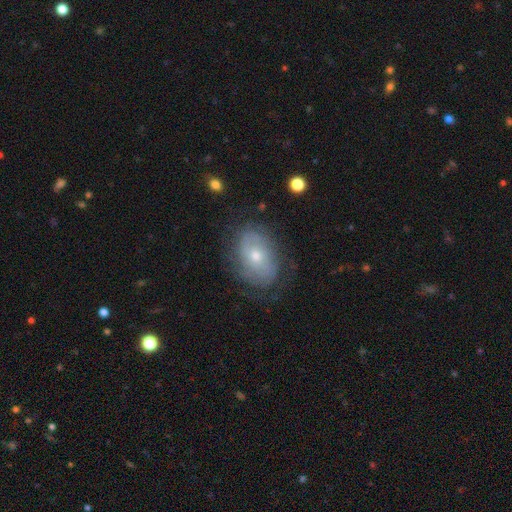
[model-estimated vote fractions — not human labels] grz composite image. It shows a featured or disk galaxy (61%) with no bar (79%), spiral arms (74%) and a moderate central bulge (49%). Merging: none (68%).